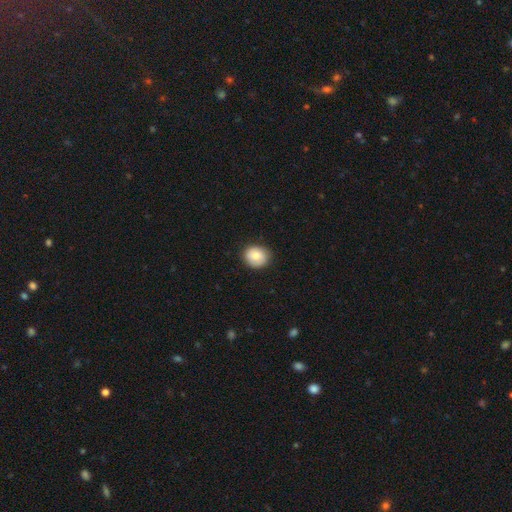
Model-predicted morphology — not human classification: This appears to be a smooth galaxy with no disk features (81%) that is round (77%). Merging: none (84%).